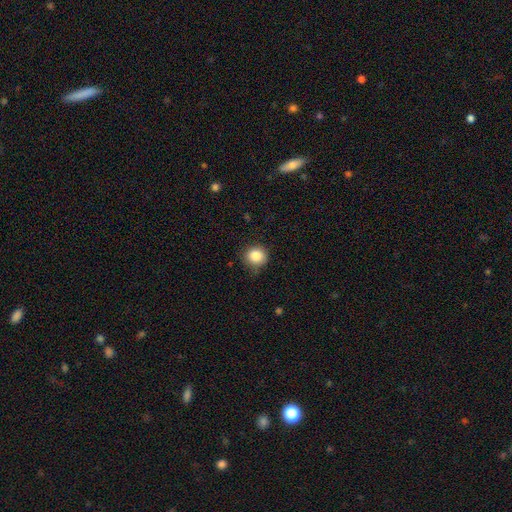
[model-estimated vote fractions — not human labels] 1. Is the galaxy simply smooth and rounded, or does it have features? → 85% smooth, 10% star or artifact, 5% featured or disk.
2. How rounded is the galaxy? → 87% round, 12% in between, 1% cigar-shaped.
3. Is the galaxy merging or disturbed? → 80% none, 16% minor disturbance, 3% major disturbance, 1% merger.